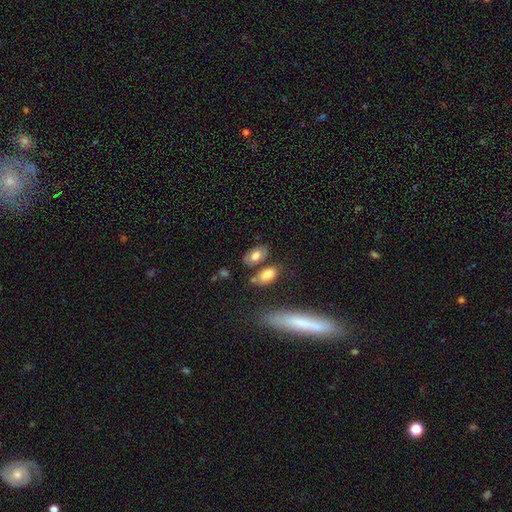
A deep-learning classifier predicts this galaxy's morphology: A smooth galaxy with no disk features (74%) that is in between round and cigar-shaped (92%). Merging: none (68%).